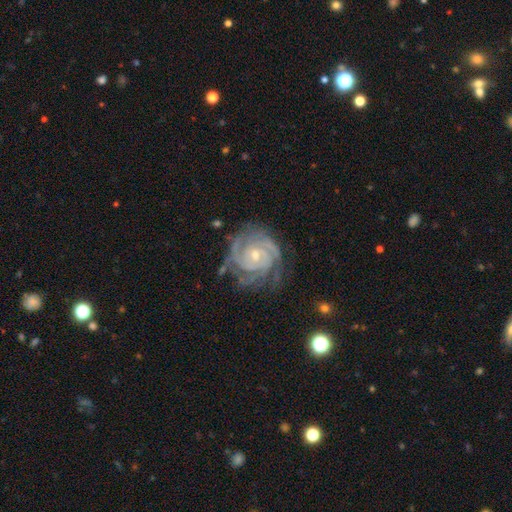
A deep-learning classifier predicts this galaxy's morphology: Q: Smooth or featured?
A: featured or disk (91%); runner-up: star or artifact (5%)
Q: Edge-on disk?
A: no (98%); runner-up: yes (2%)
Q: Bar?
A: no (71%); runner-up: weak (22%)
Q: Spiral arms?
A: yes (98%); runner-up: no (2%)
Q: Spiral winding?
A: tight (78%); runner-up: medium (19%)
Q: Spiral arm count?
A: 3 (32%); runner-up: 4 (20%)
Q: Bulge size?
A: small (61%); runner-up: moderate (36%)
Q: Merging?
A: none (68%); runner-up: minor disturbance (21%)